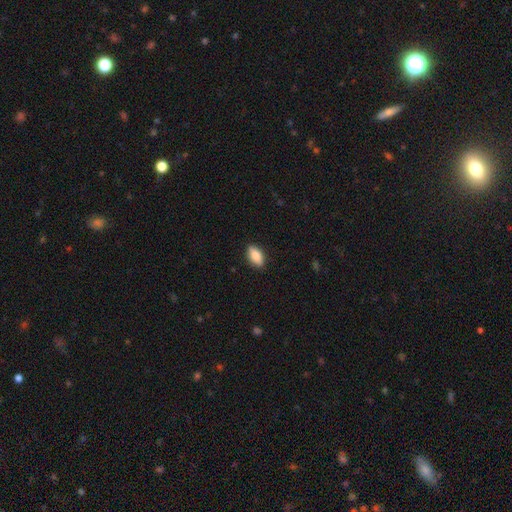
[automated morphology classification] Q: Smooth or featured?
A: smooth (83%); runner-up: featured or disk (10%)
Q: How rounded?
A: in between (88%); runner-up: cigar-shaped (8%)
Q: Merging?
A: none (88%); runner-up: minor disturbance (9%)